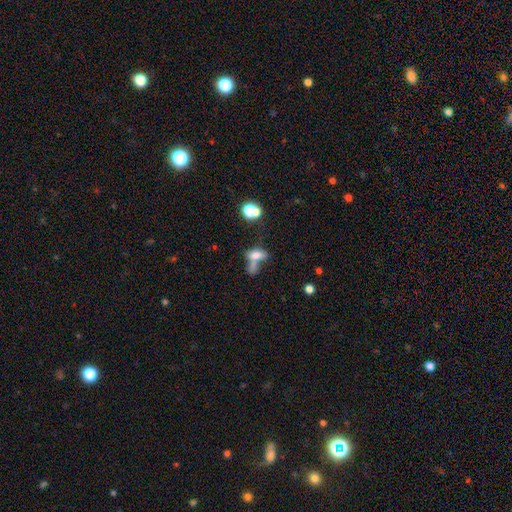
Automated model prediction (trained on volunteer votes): smooth 65%, featured or disk 20%, star or artifact 15%. Down the decision tree: how rounded — in between (75%); merging — merger (50%).